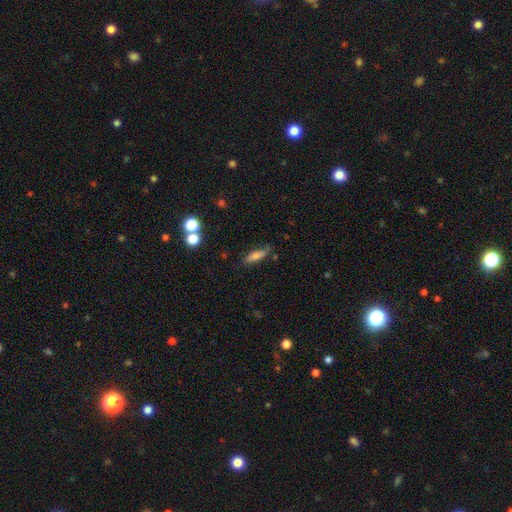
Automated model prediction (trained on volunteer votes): A smooth galaxy with no disk features (62%) that is in between round and cigar-shaped (49%). Merging: none (67%).